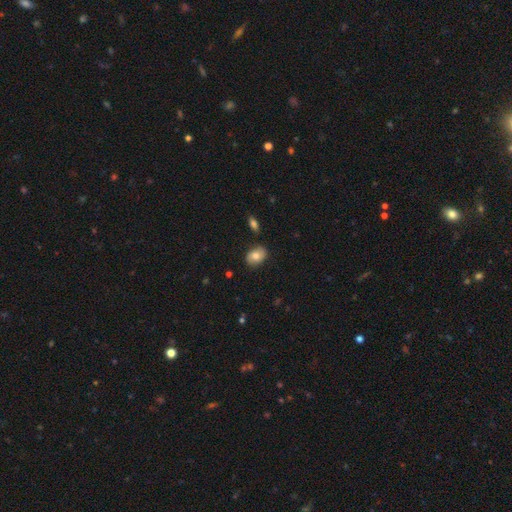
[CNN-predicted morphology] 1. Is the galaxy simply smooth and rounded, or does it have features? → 69% smooth, 23% featured or disk, 8% star or artifact.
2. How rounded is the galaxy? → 78% in between, 21% round, 1% cigar-shaped.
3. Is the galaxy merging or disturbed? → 80% none, 14% minor disturbance, 3% major disturbance, 3% merger.